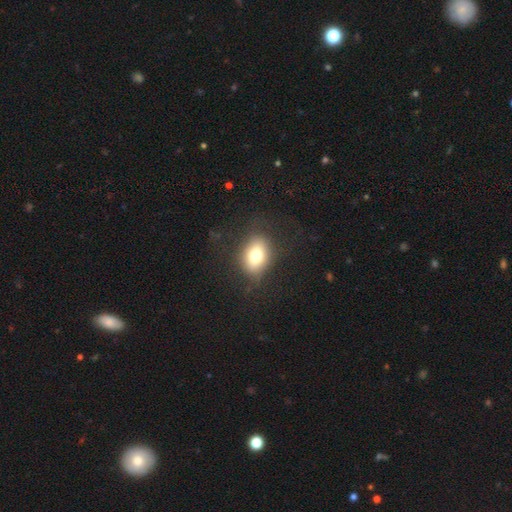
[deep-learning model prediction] smooth_or_featured: smooth (p=0.73) [alt: featured or disk p=0.16]
how_rounded: in between (p=0.71) [alt: round p=0.27]
merging: none (p=0.76) [alt: minor disturbance p=0.15]